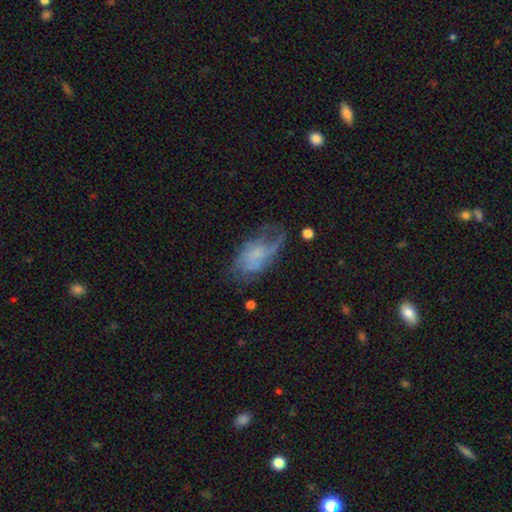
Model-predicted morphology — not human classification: Overall: featured or disk (53%; smooth 37%). Edge-on disk: no (95%). Bar: no (74%). Spiral arms: yes (66%; no 34%). Bulge size: none (55%; small 24%). Merging: none (38%; major disturbance 32%).